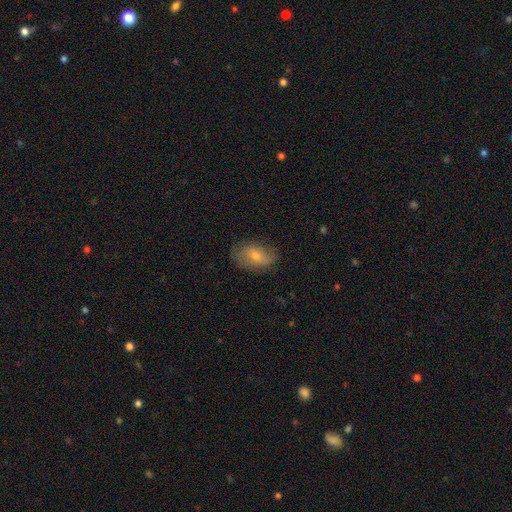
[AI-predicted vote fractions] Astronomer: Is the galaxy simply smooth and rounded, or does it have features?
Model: smooth — 52% (runner-up: featured or disk, 39%).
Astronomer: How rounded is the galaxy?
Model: in between — 86%.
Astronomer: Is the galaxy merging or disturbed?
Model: none — 75%.